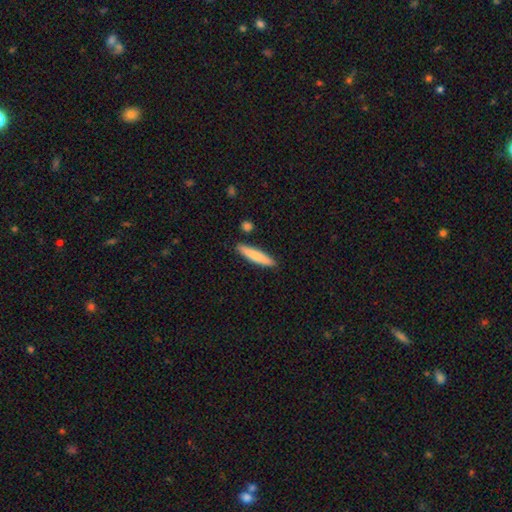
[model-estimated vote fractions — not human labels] smooth 78%, featured or disk 17%, star or artifact 6%. Down the decision tree: how rounded — cigar-shaped (89%); merging — none (87%).